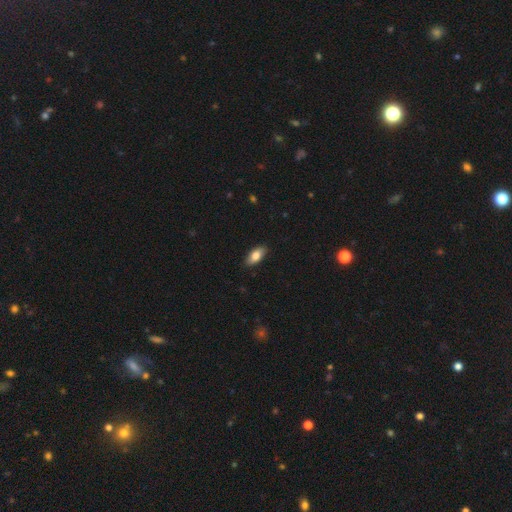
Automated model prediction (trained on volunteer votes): A smooth galaxy with no disk features (81%) that is in between round and cigar-shaped (89%).

Vote fractions:
- Smooth or featured? smooth: 81% / featured or disk: 12% / star or artifact: 6%
- How rounded? in between: 89% / cigar-shaped: 8% / round: 3%
- Merging? none: 88% / minor disturbance: 9% / major disturbance: 2% / merger: 1%